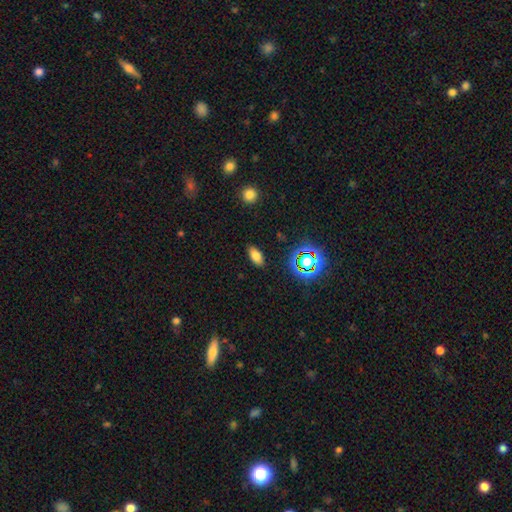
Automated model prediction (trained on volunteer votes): Smooth or featured?
  - smooth: 74% *
  - star or artifact: 16%
  - featured or disk: 10%
How rounded?
  - in between: 87% *
  - cigar-shaped: 8%
  - round: 5%
Merging?
  - none: 87% *
  - minor disturbance: 9%
  - major disturbance: 2%
  - merger: 1%